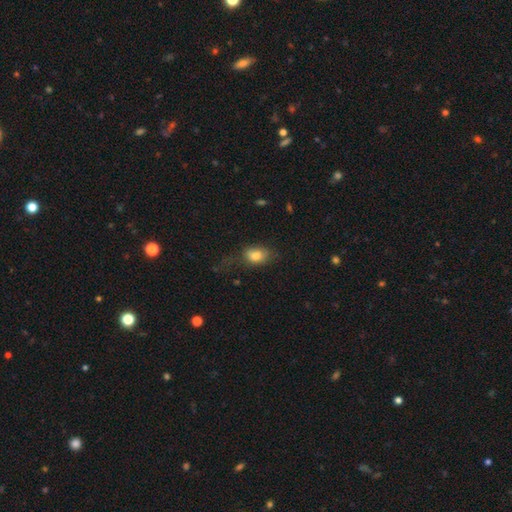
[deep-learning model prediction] Smooth or featured?
  - smooth: 80% *
  - featured or disk: 11%
  - star or artifact: 9%
How rounded?
  - in between: 75% *
  - round: 23%
  - cigar-shaped: 2%
Merging?
  - none: 54% *
  - minor disturbance: 26%
  - major disturbance: 17%
  - merger: 2%